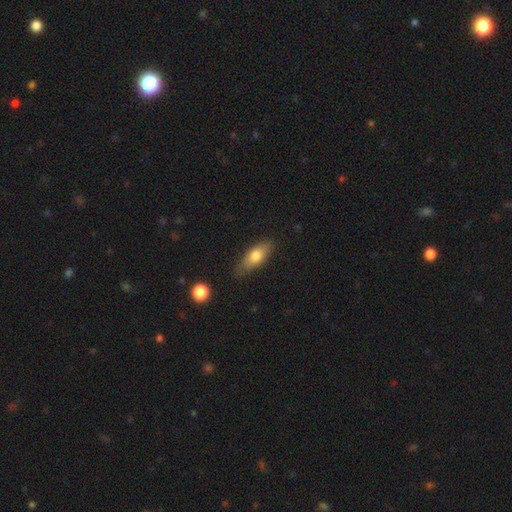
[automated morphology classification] Smooth or featured: smooth — 72% (featured or disk — 22%)
How rounded: in between — 73% (cigar-shaped — 24%)
Merging: none — 74% (minor disturbance — 20%)